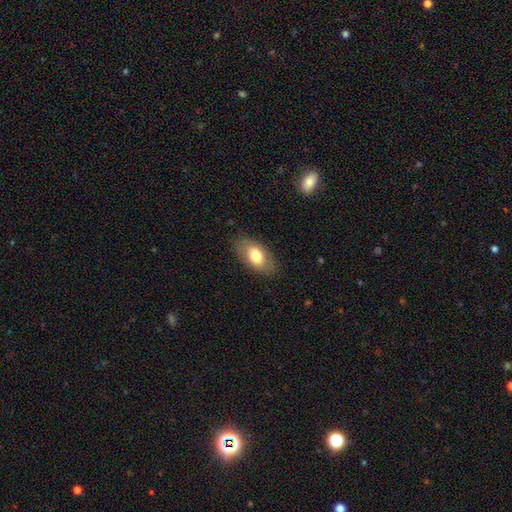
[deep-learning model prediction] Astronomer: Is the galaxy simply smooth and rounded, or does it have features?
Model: smooth — 72%.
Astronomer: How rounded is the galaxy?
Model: in between — 92%.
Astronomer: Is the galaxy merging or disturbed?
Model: none — 83%.